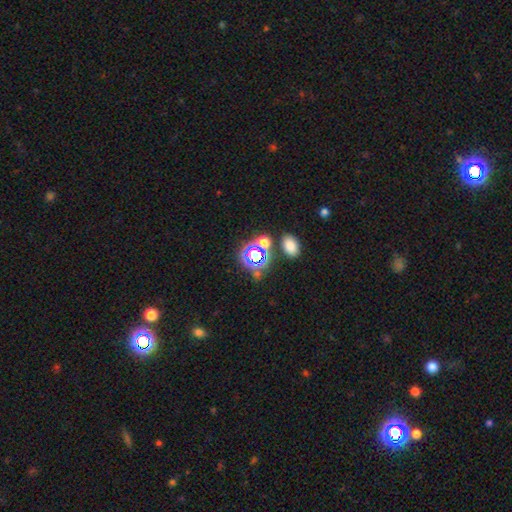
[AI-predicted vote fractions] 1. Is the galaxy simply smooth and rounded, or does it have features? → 59% star or artifact, 32% smooth, 9% featured or disk.